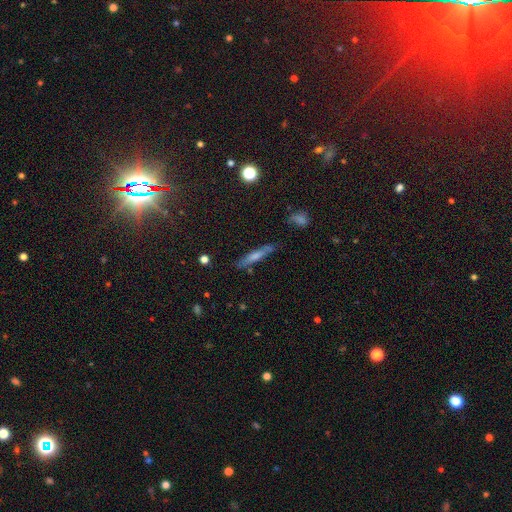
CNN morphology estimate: Smooth or featured: smooth — 49% (featured or disk — 39%)
Merging: none — 79% (minor disturbance — 14%)